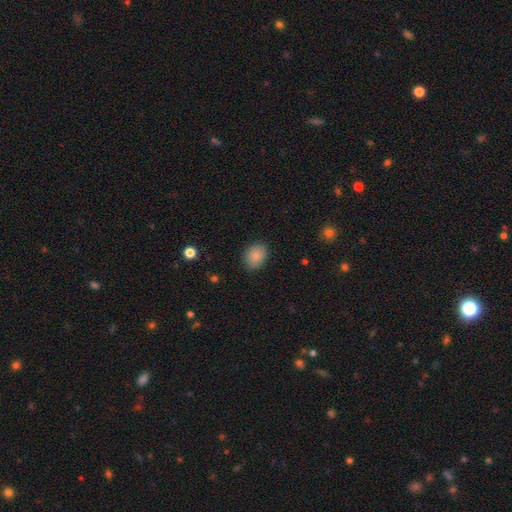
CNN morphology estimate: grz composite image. It shows a smooth galaxy with no disk features (85%) that is in between round and cigar-shaped (55%). Merging: none (85%).